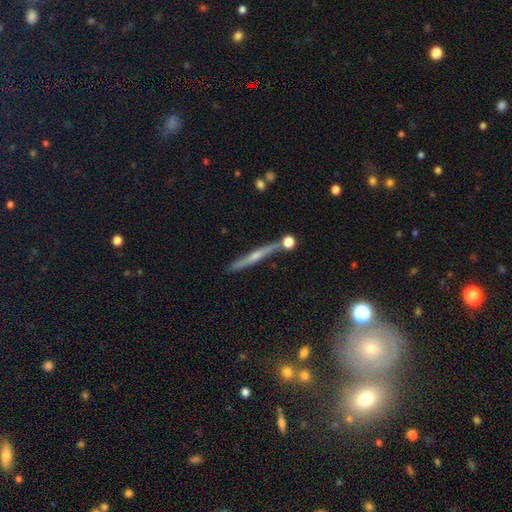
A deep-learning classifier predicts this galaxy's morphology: This appears to be a featured or disk galaxy (64%) viewed edge-on (88%) with a rounded central bulge (71%). Merging: none (79%).